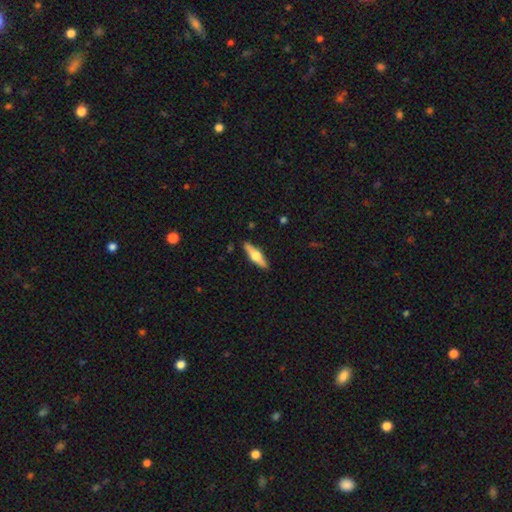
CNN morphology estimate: Smooth or featured: featured or disk — 59% (smooth — 35%)
Edge-on disk: yes — 95% (no — 5%)
Edge-on bulge: rounded — 94% (boxy — 4%)
Merging: none — 89% (minor disturbance — 8%)